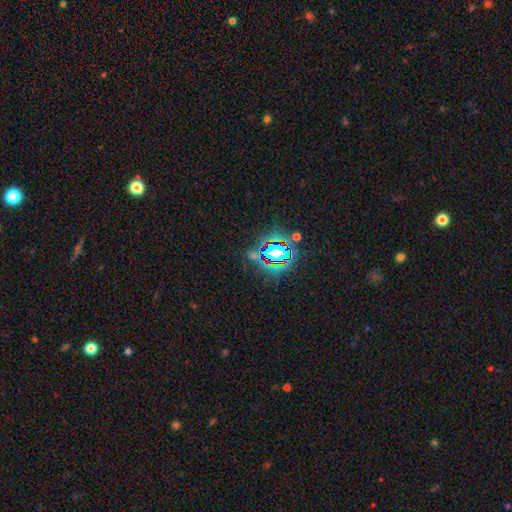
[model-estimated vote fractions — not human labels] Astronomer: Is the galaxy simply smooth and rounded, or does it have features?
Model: star or artifact — 77%.